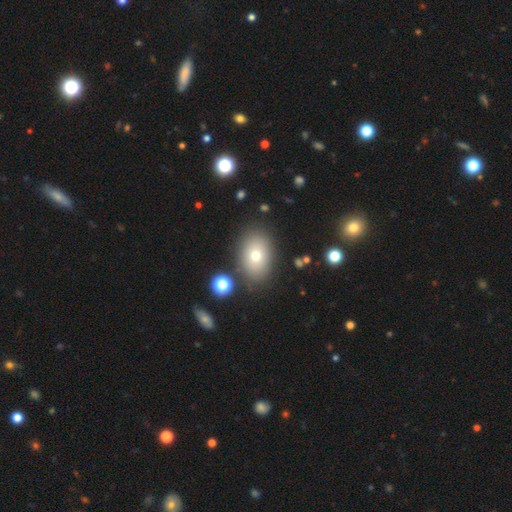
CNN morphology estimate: smooth 70%, featured or disk 17%, star or artifact 13%. Down the decision tree: how rounded — in between (77%); merging — none (83%).